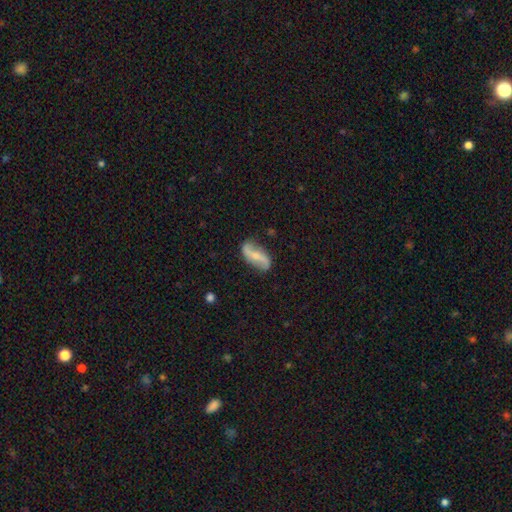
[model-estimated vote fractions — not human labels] A featured or disk galaxy (74%) with a strong bar (35%), 2 (92%) loose (78%) spiral arms (90%) and a small central bulge (55%). Merging: none (77%).